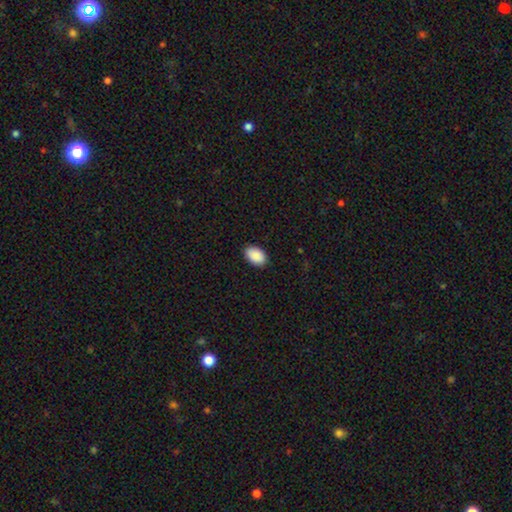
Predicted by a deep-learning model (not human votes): Smooth or featured? Predicted: smooth (p=0.91). How rounded? Predicted: in between (p=0.90). Merging? Predicted: none (p=0.88).